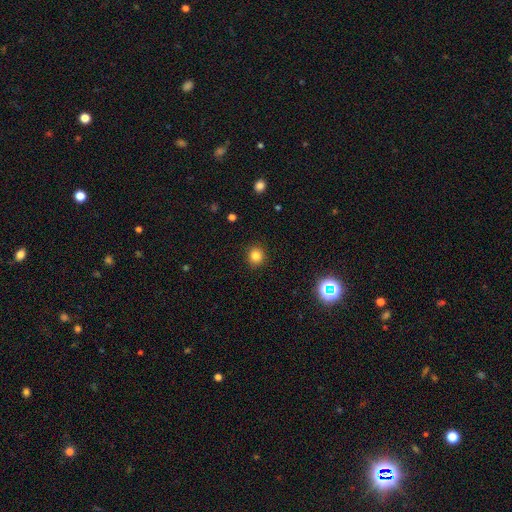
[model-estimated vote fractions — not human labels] smooth-or-featured: smooth: 82% | star or artifact: 13% | featured or disk: 5%
  how-rounded: round: 88% | in between: 11% | cigar-shaped: 1%
  merging: none: 91% | minor disturbance: 6% | major disturbance: 2% | merger: 1%